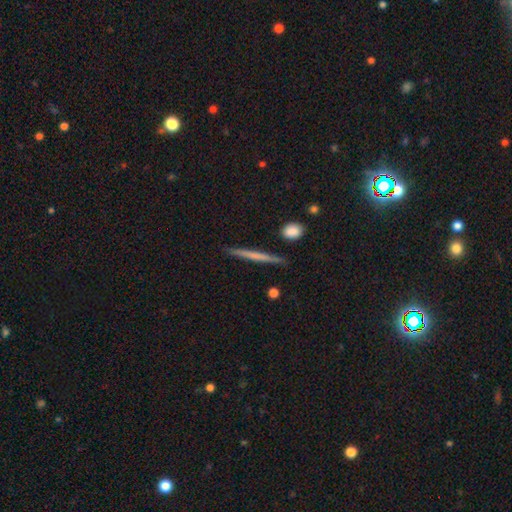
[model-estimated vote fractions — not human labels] smooth-or-featured: smooth: 50% | featured or disk: 44% | star or artifact: 6%
  how-rounded: cigar-shaped: 95% | in between: 3% | round: 2%
  merging: none: 89% | minor disturbance: 8% | merger: 2% | major disturbance: 2%